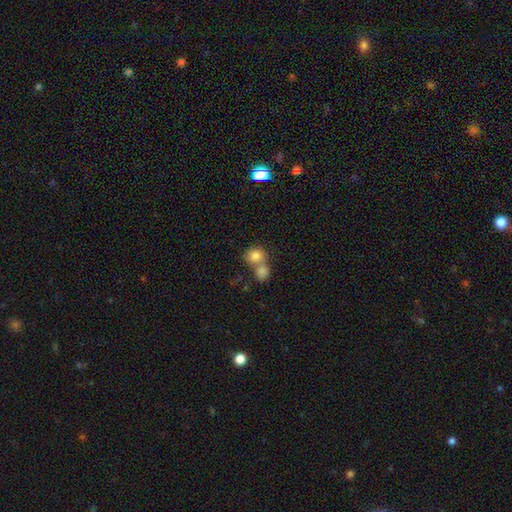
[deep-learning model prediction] This appears to be a smooth galaxy with no disk features (81%) that is round (75%). Merging: merger (54%).